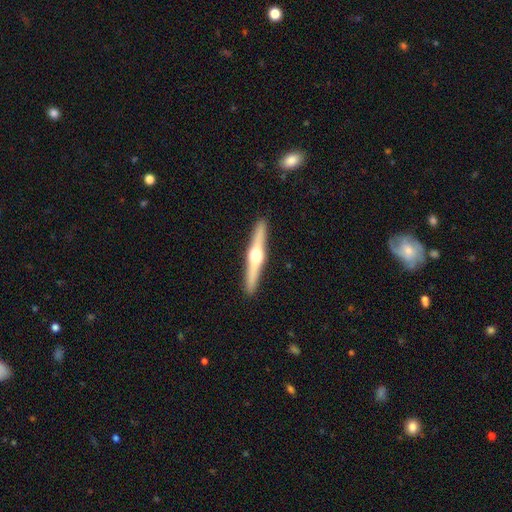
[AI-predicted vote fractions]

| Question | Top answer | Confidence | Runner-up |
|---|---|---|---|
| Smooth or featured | featured or disk | 73% | smooth (22%) |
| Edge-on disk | yes | 98% | no (2%) |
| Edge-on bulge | rounded | 95% | boxy (3%) |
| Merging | none | 92% | minor disturbance (6%) |